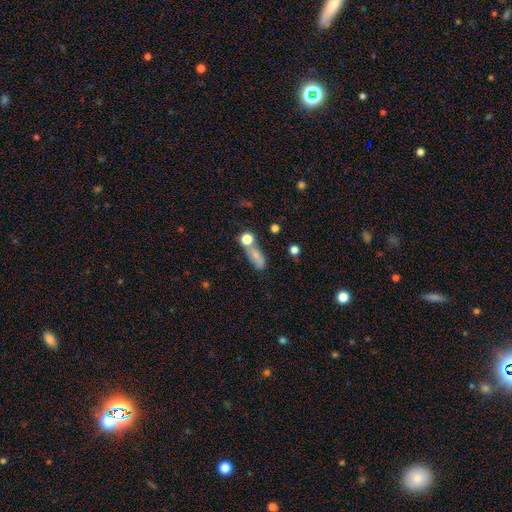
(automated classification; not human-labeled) Smooth or featured? smooth (71%)
How rounded? in between (63%)
Merging? none (46%)